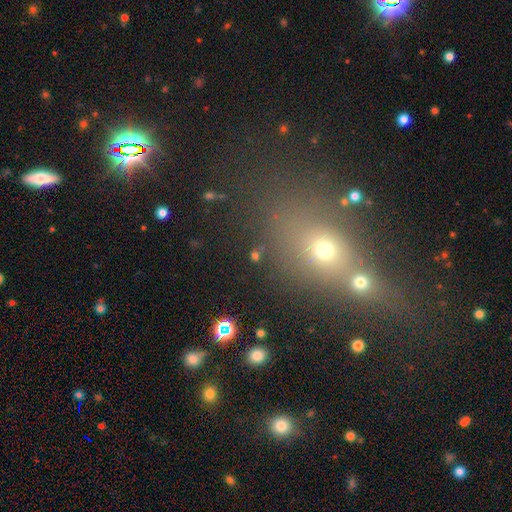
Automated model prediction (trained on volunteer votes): Q: Smooth or featured?
A: smooth (49%); runner-up: star or artifact (40%)
Q: Merging?
A: none (77%); runner-up: minor disturbance (9%)